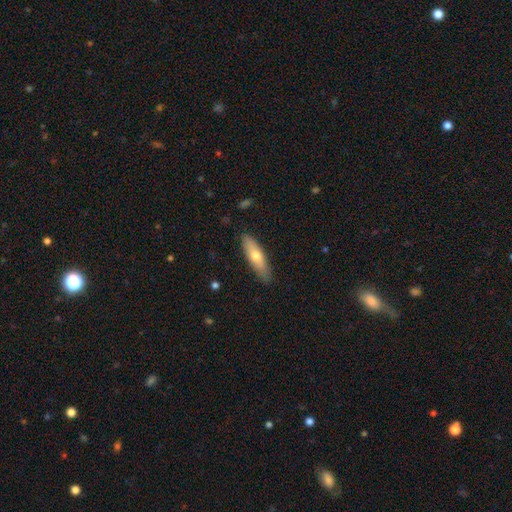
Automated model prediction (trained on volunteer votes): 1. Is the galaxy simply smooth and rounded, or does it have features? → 62% smooth, 32% featured or disk, 6% star or artifact.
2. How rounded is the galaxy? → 59% cigar-shaped, 39% in between, 2% round.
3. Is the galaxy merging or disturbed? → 85% none, 12% minor disturbance, 2% major disturbance, 1% merger.